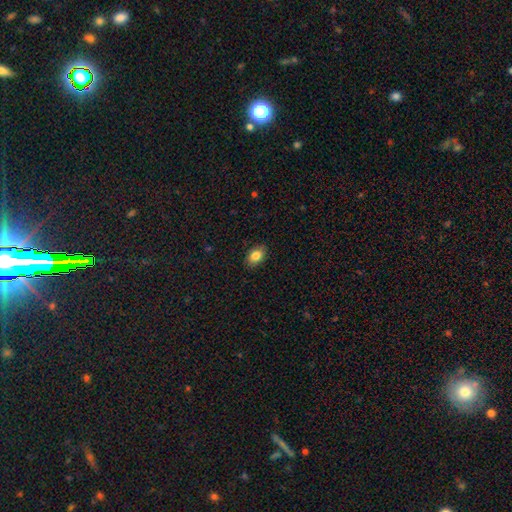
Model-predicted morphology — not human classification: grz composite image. It shows a smooth galaxy with no disk features (84%) that is in between round and cigar-shaped (82%). Merging: none (88%).